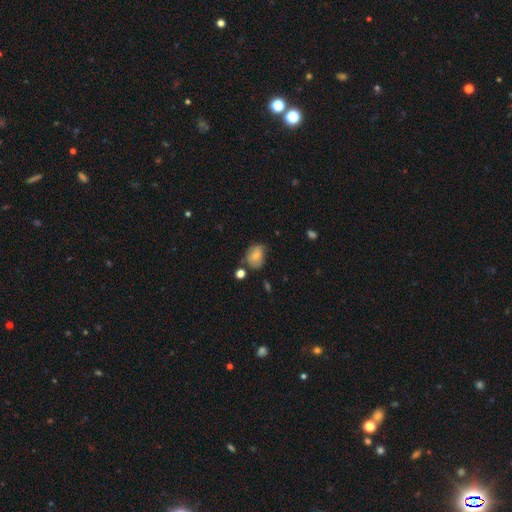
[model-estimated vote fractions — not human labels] Smooth or featured? Predicted: smooth (p=0.72). How rounded? Predicted: in between (p=0.54). Merging? Predicted: none (p=0.53).